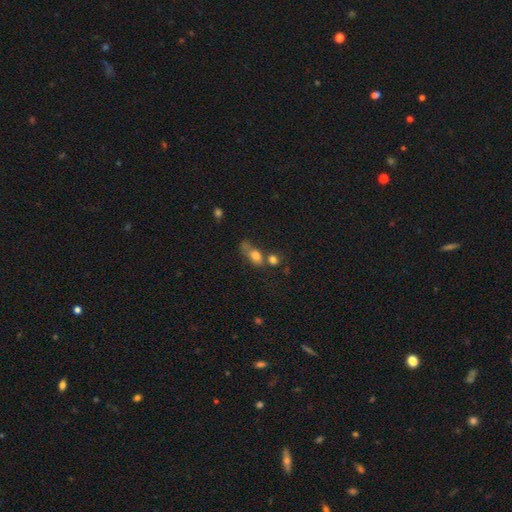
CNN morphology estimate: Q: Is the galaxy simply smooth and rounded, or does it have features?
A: smooth — 74%.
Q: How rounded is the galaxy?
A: in between — 69%.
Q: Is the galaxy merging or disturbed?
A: merger — 38%.